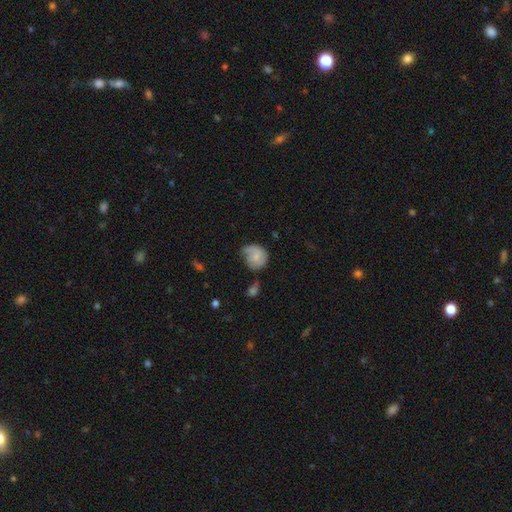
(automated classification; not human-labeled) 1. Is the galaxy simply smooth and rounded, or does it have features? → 58% smooth, 35% featured or disk, 7% star or artifact.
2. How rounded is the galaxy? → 71% round, 28% in between, 1% cigar-shaped.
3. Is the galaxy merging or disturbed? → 39% minor disturbance, 38% none, 19% major disturbance, 5% merger.